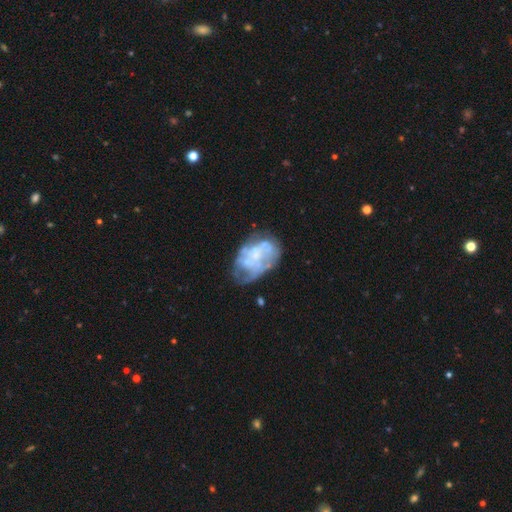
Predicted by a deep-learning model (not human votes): A featured or disk galaxy (66%) with no bar (85%), no spiral arms (67%) and a small central bulge (43%). Merging: none (43%).